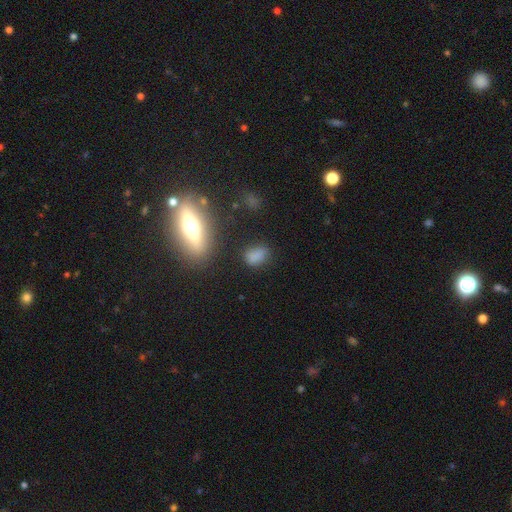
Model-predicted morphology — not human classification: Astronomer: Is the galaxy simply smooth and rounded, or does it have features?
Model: smooth — 75%.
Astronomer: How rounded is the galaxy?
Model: in between — 76%.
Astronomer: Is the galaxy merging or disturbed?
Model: none — 64%.